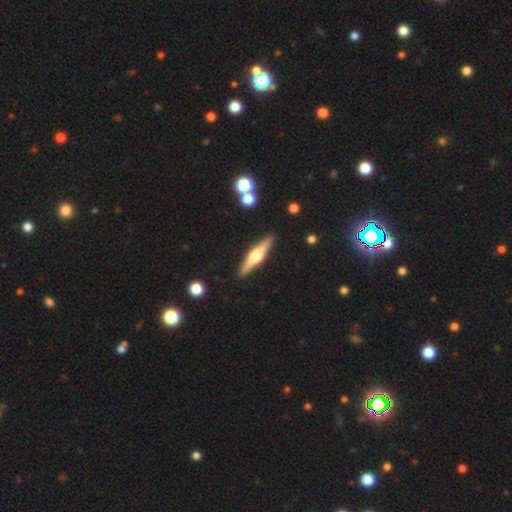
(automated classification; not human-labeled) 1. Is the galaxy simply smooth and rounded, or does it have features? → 73% featured or disk, 21% smooth, 5% star or artifact.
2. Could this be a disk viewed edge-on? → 98% yes, 2% no.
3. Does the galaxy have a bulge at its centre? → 93% rounded, 5% boxy, 2% none.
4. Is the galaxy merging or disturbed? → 91% none, 6% minor disturbance, 2% merger, 1% major disturbance.